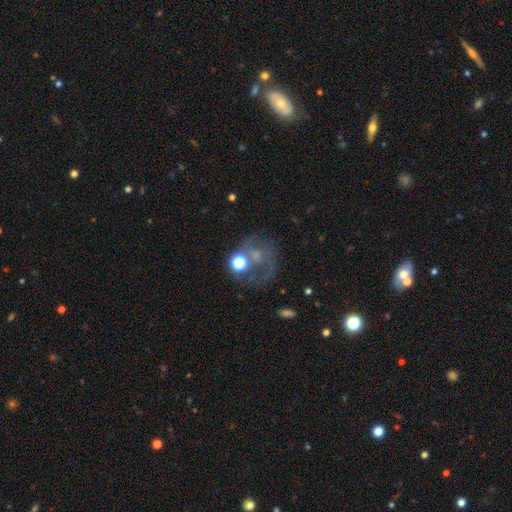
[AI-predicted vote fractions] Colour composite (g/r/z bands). It shows a featured or disk galaxy (47%). Merging: none (43%).